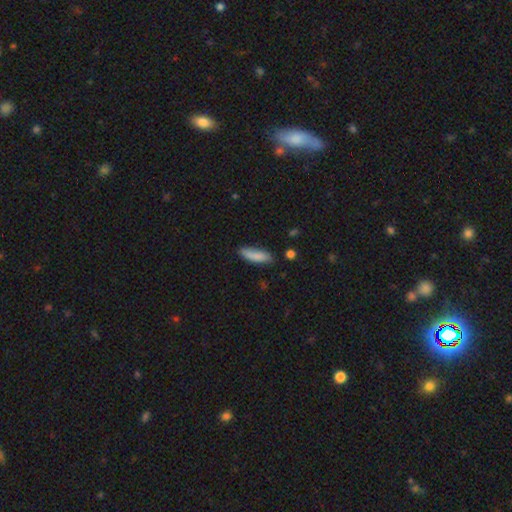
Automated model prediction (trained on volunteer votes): smooth_or_featured: smooth (p=0.84) [alt: featured or disk p=0.09]
how_rounded: cigar-shaped (p=0.57) [alt: in between p=0.41]
merging: none (p=0.76) [alt: minor disturbance p=0.18]